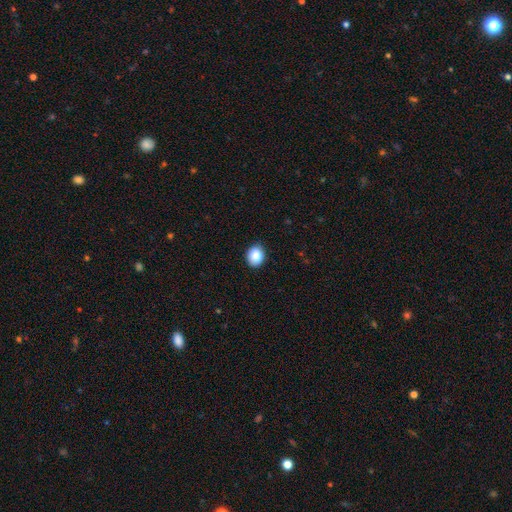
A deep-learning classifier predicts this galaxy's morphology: Smooth or featured? Predicted: smooth (p=0.87). How rounded? Predicted: round (p=0.52). Merging? Predicted: none (p=0.86).